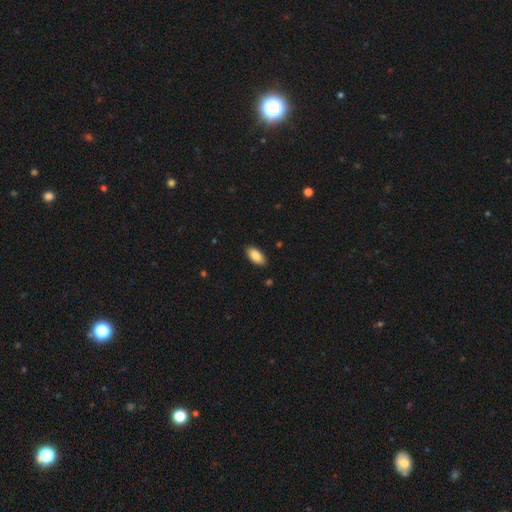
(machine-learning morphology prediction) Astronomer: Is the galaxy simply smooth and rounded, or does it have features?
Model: smooth — 88%.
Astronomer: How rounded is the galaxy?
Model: in between — 92%.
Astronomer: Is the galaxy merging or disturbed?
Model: none — 87%.